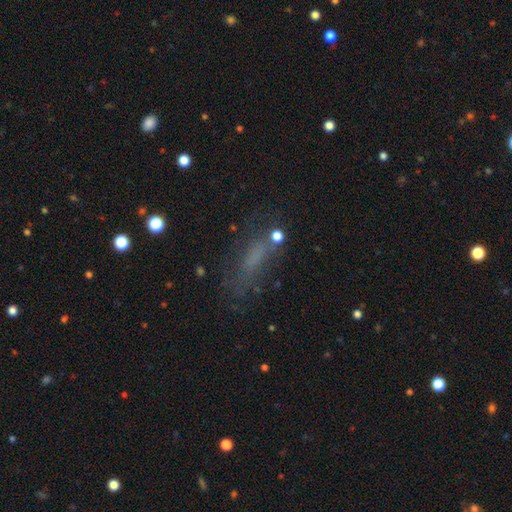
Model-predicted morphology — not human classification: This is possibly a smooth galaxy (53%). How rounded: possibly in between (51%). Merging: possibly none (55%).